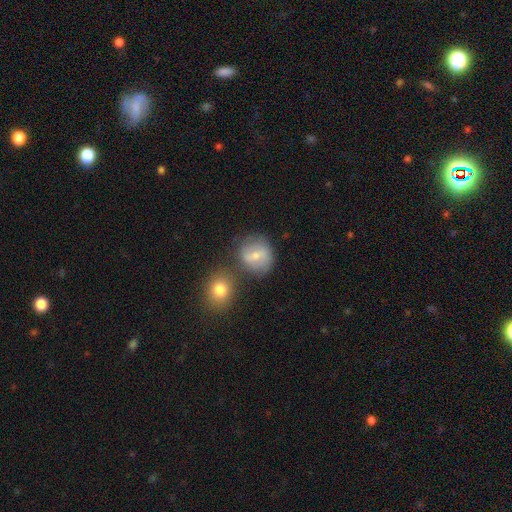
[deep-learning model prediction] Smooth or featured?
  - smooth: 59% *
  - featured or disk: 31%
  - star or artifact: 9%
How rounded?
  - round: 82% *
  - in between: 17%
  - cigar-shaped: 1%
Merging?
  - none: 62% *
  - merger: 19%
  - minor disturbance: 15%
  - major disturbance: 5%